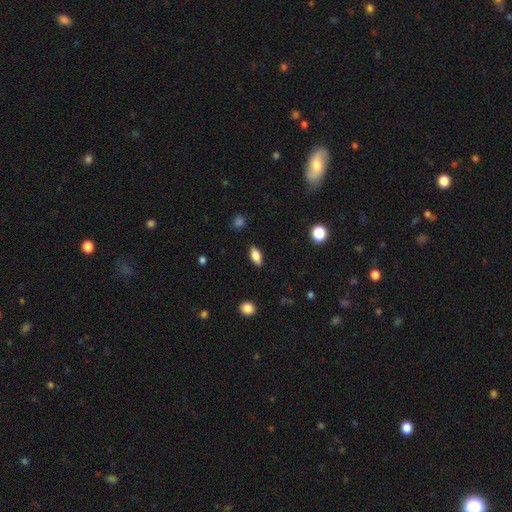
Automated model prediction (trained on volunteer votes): Smooth or featured?
  - smooth: 78% *
  - featured or disk: 14%
  - star or artifact: 8%
How rounded?
  - in between: 84% *
  - cigar-shaped: 13%
  - round: 4%
Merging?
  - none: 87% *
  - minor disturbance: 9%
  - major disturbance: 2%
  - merger: 1%